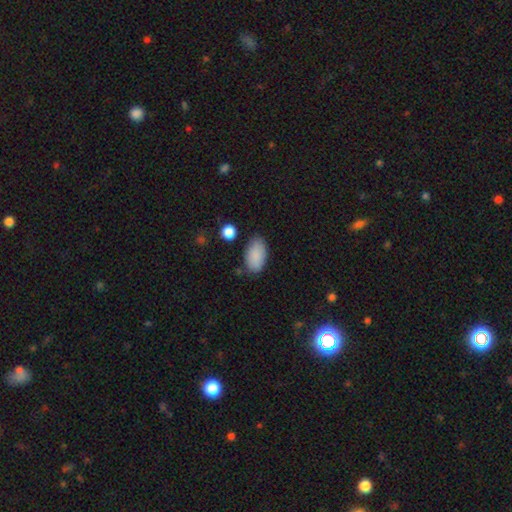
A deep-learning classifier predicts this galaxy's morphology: type=smooth (88%); roundness=in between (95%); merging=none (78%).